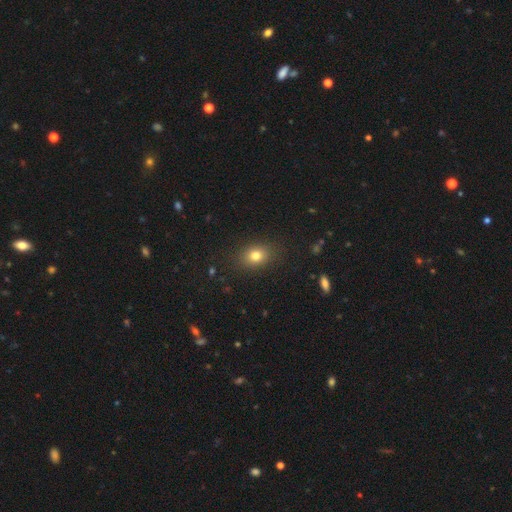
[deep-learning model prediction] Smooth or featured? Predicted: smooth (p=0.79). How rounded? Predicted: in between (p=0.58). Merging? Predicted: none (p=0.85).